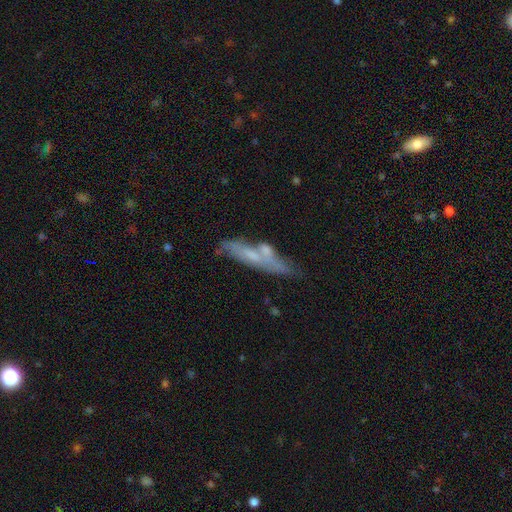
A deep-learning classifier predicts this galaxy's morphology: Smooth or featured?
  - featured or disk: 51% *
  - smooth: 40%
  - star or artifact: 9%
Edge-on disk?
  - yes: 57% *
  - no: 43%
Merging?
  - none: 57% *
  - minor disturbance: 20%
  - merger: 15%
  - major disturbance: 8%